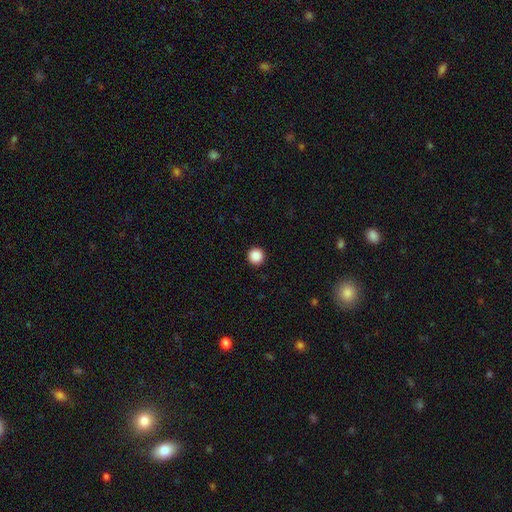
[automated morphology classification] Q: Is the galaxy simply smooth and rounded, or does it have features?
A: smooth — 89%.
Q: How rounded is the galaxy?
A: round — 97%.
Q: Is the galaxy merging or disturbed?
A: none — 94%.